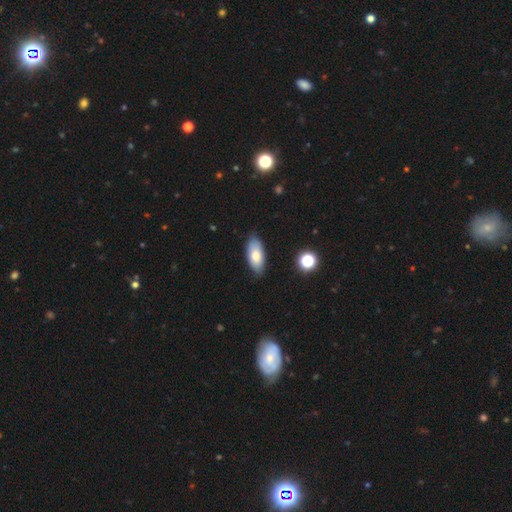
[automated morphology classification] Smooth or featured: smooth — 75% (featured or disk — 18%)
How rounded: in between — 90% (cigar-shaped — 7%)
Merging: none — 84% (minor disturbance — 13%)